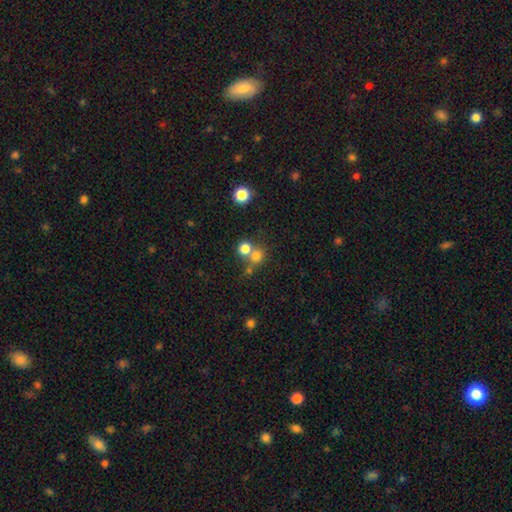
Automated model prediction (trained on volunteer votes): This is likely a smooth galaxy (74%). How rounded: clearly round (88%). Merging: possibly none (50%).